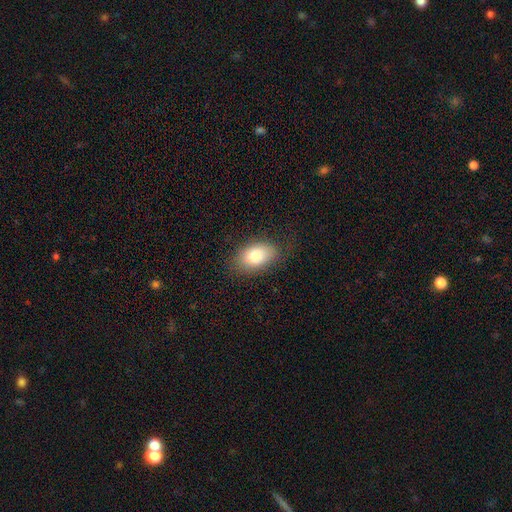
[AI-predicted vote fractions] A smooth galaxy with no disk features (79%) that is in between round and cigar-shaped (89%).

Vote fractions:
- Smooth or featured? smooth: 79% / featured or disk: 13% / star or artifact: 8%
- How rounded? in between: 89% / round: 9% / cigar-shaped: 2%
- Merging? none: 79% / minor disturbance: 15% / major disturbance: 5% / merger: 1%